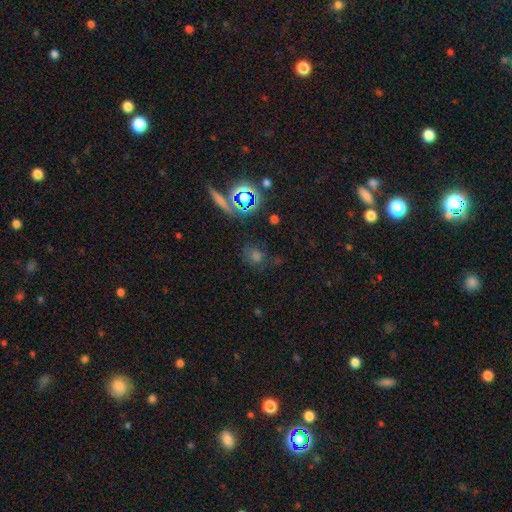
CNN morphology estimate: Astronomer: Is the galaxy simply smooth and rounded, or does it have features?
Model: smooth — 45% (runner-up: star or artifact, 41%).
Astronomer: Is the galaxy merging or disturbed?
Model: none — 70%.